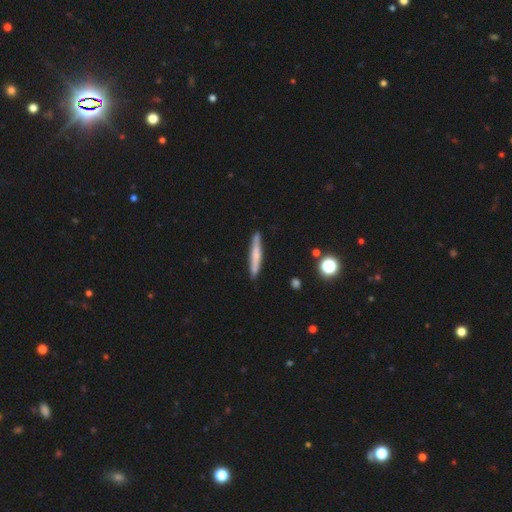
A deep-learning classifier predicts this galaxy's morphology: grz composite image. It shows a smooth galaxy with no disk features (57%) that is cigar-shaped (94%). Merging: none (86%).